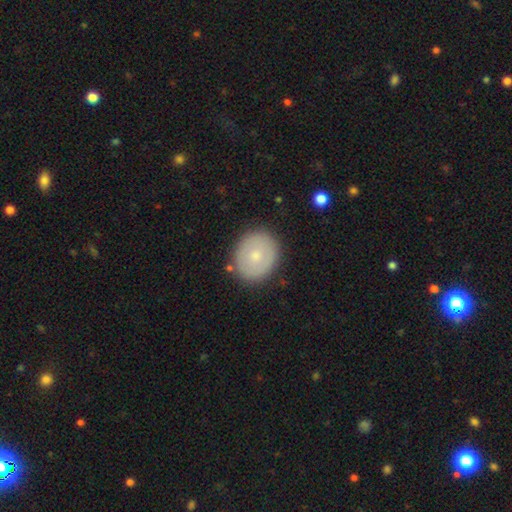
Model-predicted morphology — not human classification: smooth_or_featured: smooth (p=0.64) [alt: featured or disk p=0.29]
how_rounded: round (p=0.66) [alt: in between p=0.33]
merging: none (p=0.87) [alt: minor disturbance p=0.09]